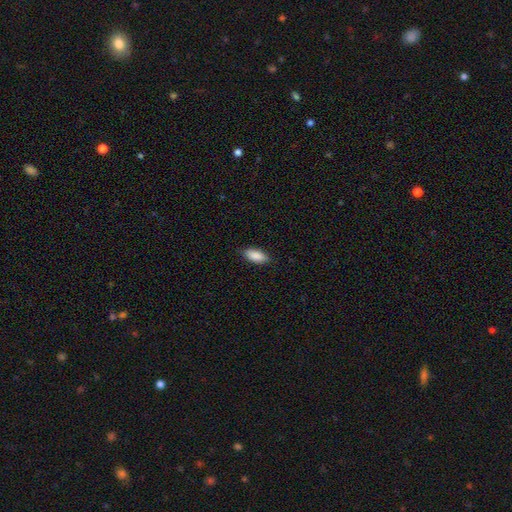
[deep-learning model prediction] A smooth galaxy with no disk features (89%) that is in between round and cigar-shaped (83%). Merging: none (84%).